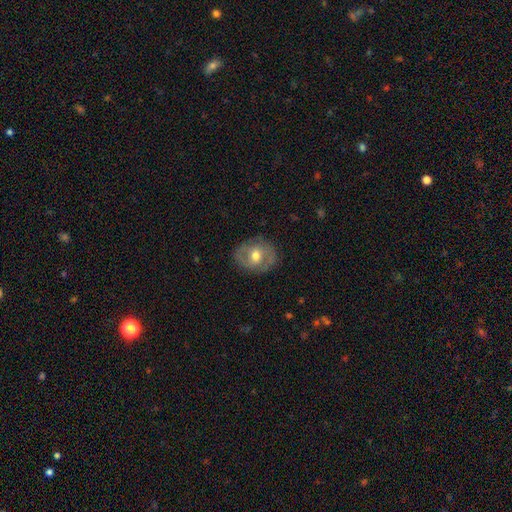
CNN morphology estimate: This appears to be a featured or disk galaxy (50%). Merging: none (79%).